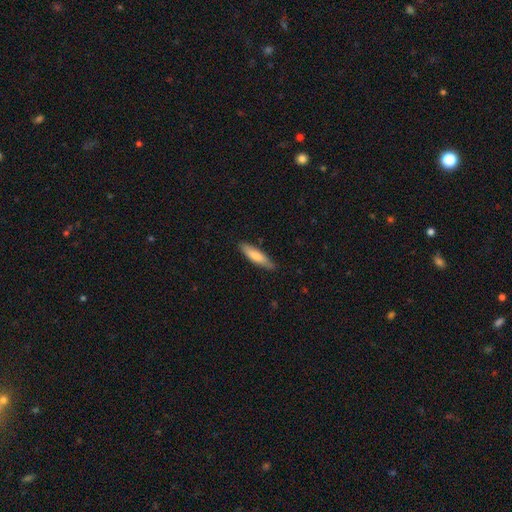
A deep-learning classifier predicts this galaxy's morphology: The model was most divided on "how rounded": cigar-shaped: 71%, in between: 27%, round: 1%. More confident: merging — none (83%); smooth or featured — smooth (77%).